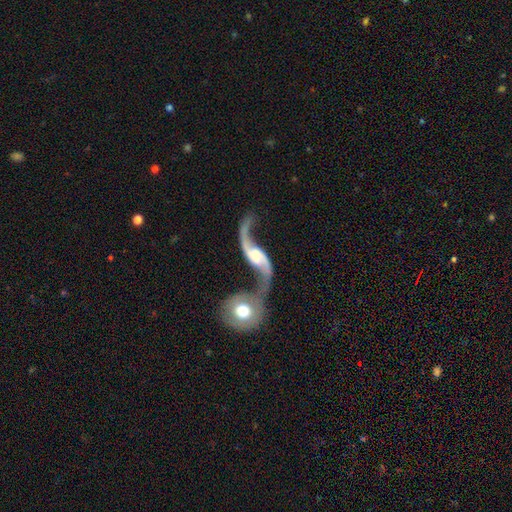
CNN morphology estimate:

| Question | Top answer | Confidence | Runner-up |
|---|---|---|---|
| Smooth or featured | featured or disk | 89% | smooth (6%) |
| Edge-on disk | no | 95% | yes (5%) |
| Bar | weak | 42% | no (39%) |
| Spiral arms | yes | 95% | no (5%) |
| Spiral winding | loose | 92% | medium (6%) |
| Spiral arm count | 2 | 93% | 1 (2%) |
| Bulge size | moderate | 36% | small (33%) |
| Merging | merger | 51% | none (28%) |